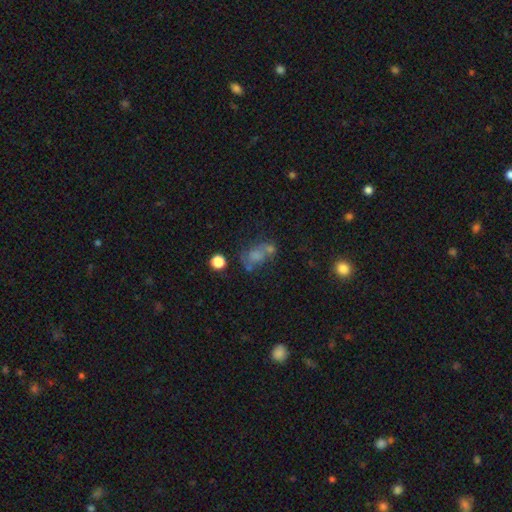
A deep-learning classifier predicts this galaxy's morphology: This is possibly a smooth galaxy (54%). How rounded: likely in between (66%). Merging: marginally merger (33%).